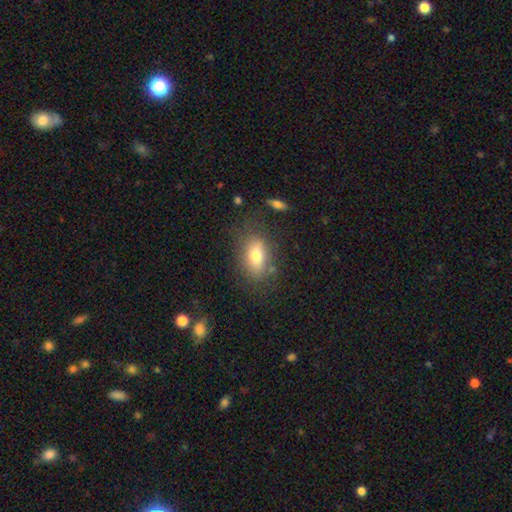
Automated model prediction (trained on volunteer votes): Smooth or featured? smooth (72%)
How rounded? in between (83%)
Merging? none (71%)